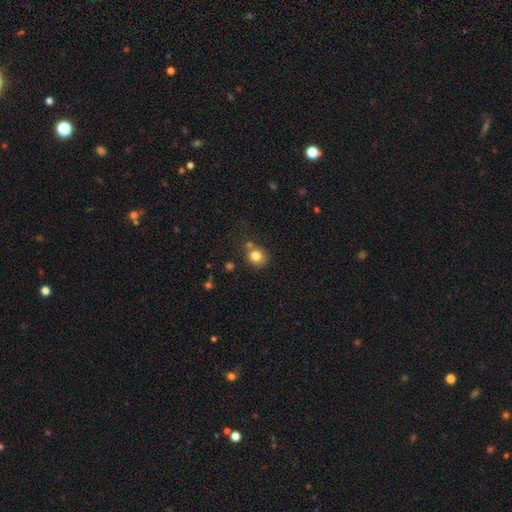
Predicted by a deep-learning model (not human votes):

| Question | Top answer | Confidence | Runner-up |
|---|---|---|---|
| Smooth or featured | smooth | 80% | star or artifact (11%) |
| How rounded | round | 80% | in between (19%) |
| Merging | none | 66% | merger (15%) |